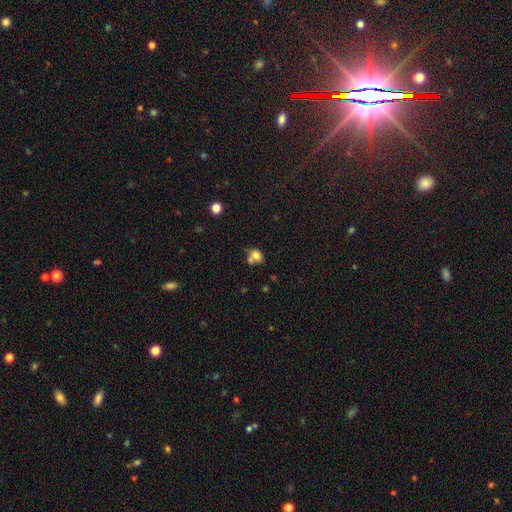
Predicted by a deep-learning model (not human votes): Smooth or featured?
  - smooth: 76% *
  - featured or disk: 13%
  - star or artifact: 12%
How rounded?
  - round: 51% *
  - in between: 47%
  - cigar-shaped: 1%
Merging?
  - none: 41% *
  - merger: 40%
  - minor disturbance: 14%
  - major disturbance: 6%